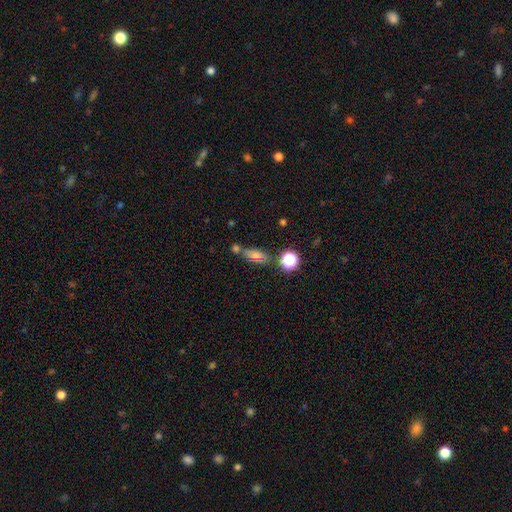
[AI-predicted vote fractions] smooth 65%, star or artifact 18%, featured or disk 17%. Down the decision tree: how rounded — in between (67%); merging — none (57%).